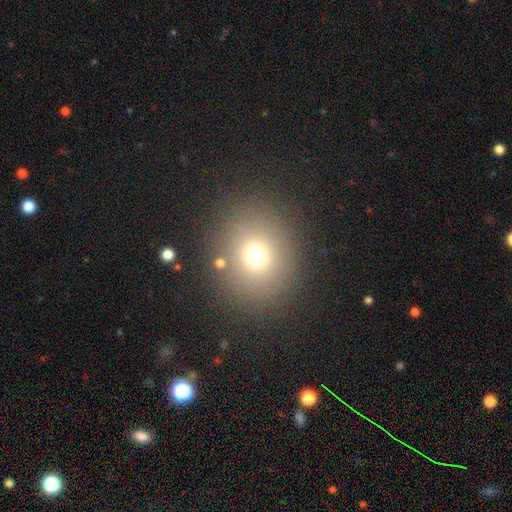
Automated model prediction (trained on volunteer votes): Morphology: type=smooth (70%); roundness=round (76%); merging=none (85%).